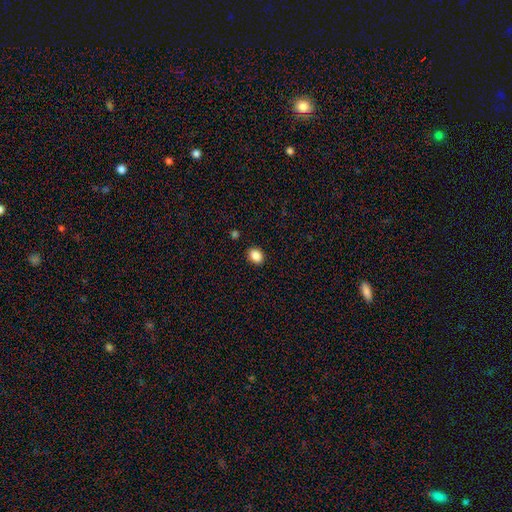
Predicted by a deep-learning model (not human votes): This appears to be a smooth galaxy with no disk features (88%) that is in between round and cigar-shaped (67%). Merging: none (89%).